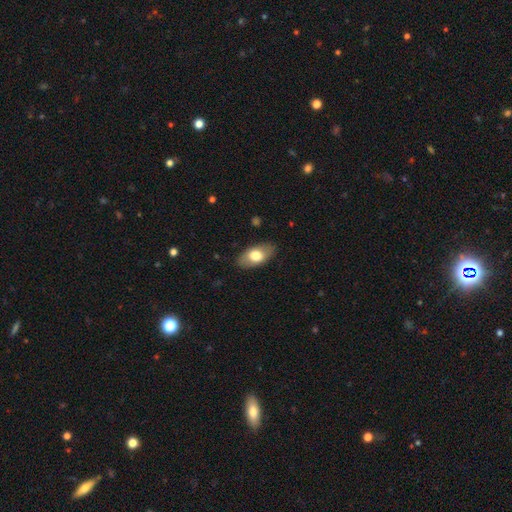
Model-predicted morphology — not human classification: This appears to be a smooth galaxy with no disk features (69%) that is in between round and cigar-shaped (92%). Merging: none (85%).